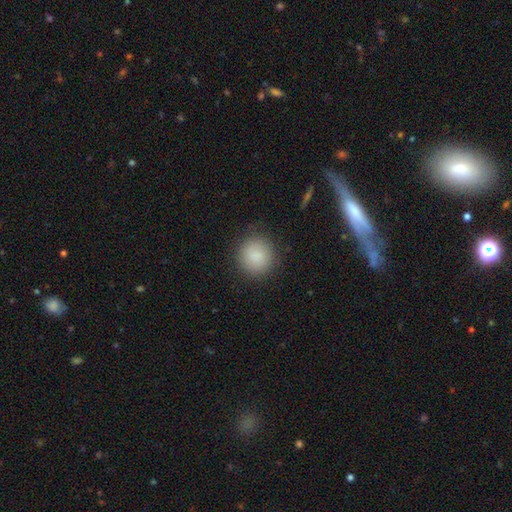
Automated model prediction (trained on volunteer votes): Smooth or featured? Predicted: smooth (p=0.88). How rounded? Predicted: round (p=0.92). Merging? Predicted: none (p=0.88).